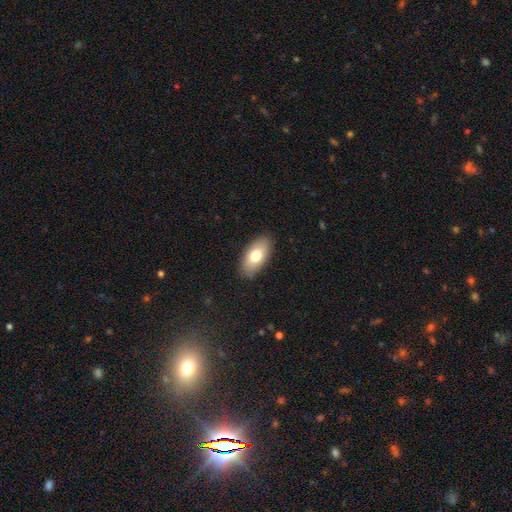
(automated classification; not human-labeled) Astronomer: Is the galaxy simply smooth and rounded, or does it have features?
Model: smooth — 75%.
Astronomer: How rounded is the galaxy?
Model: in between — 92%.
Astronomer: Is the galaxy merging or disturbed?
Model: none — 86%.